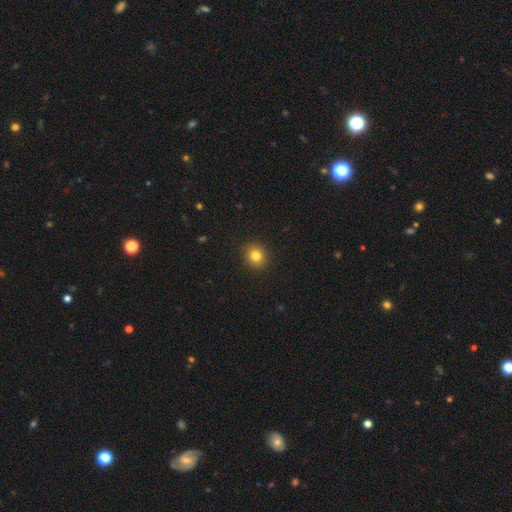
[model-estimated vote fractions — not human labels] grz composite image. It shows a smooth galaxy with no disk features (81%) that is round (81%). Merging: none (91%).